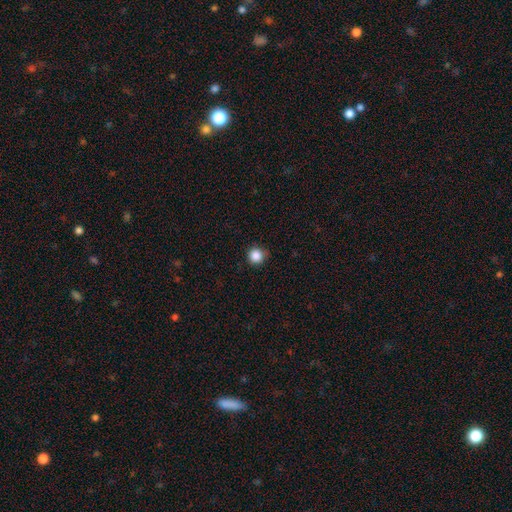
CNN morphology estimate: Q: Smooth or featured?
A: smooth (85%); runner-up: star or artifact (11%)
Q: How rounded?
A: round (95%); runner-up: in between (4%)
Q: Merging?
A: none (87%); runner-up: minor disturbance (10%)